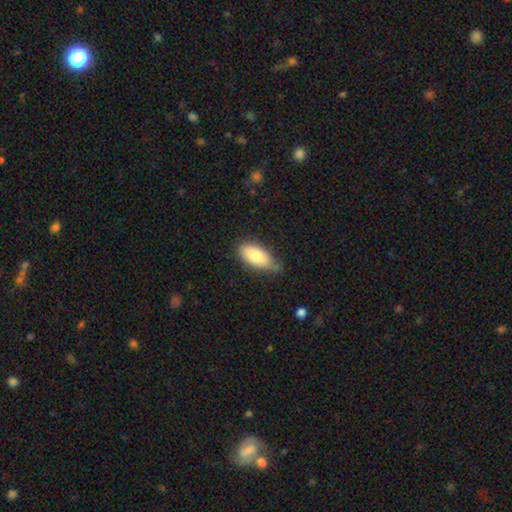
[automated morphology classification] type=smooth (81%); roundness=in between (90%); merging=none (63%).